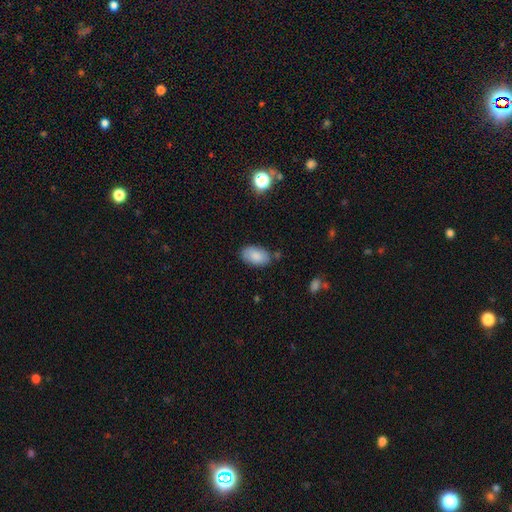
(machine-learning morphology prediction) A smooth galaxy with no disk features (85%) that is in between round and cigar-shaped (94%). Merging: none (77%).